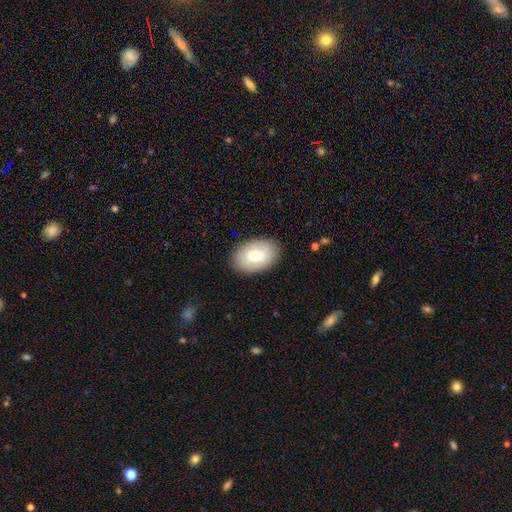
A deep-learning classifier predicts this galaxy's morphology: Smooth or featured: smooth — 70% (featured or disk — 23%)
How rounded: in between — 86% (round — 13%)
Merging: none — 88% (minor disturbance — 9%)